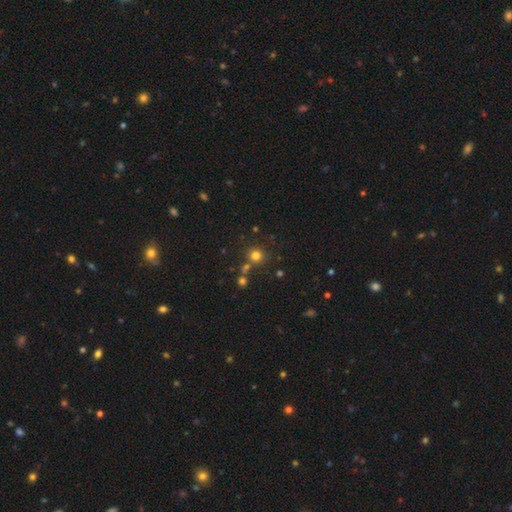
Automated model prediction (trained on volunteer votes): Smooth or featured: smooth — 75% (star or artifact — 18%)
How rounded: round — 90% (in between — 9%)
Merging: none — 74% (merger — 13%)